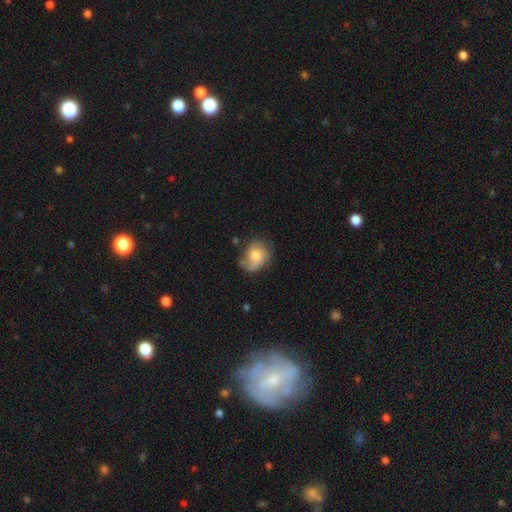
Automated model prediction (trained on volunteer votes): A smooth galaxy with no disk features (53%) that is round (50%).

Vote fractions:
- Smooth or featured? smooth: 53% / featured or disk: 38% / star or artifact: 8%
- How rounded? round: 50% / in between: 49% / cigar-shaped: 1%
- Merging? none: 53% / minor disturbance: 30% / major disturbance: 14% / merger: 3%